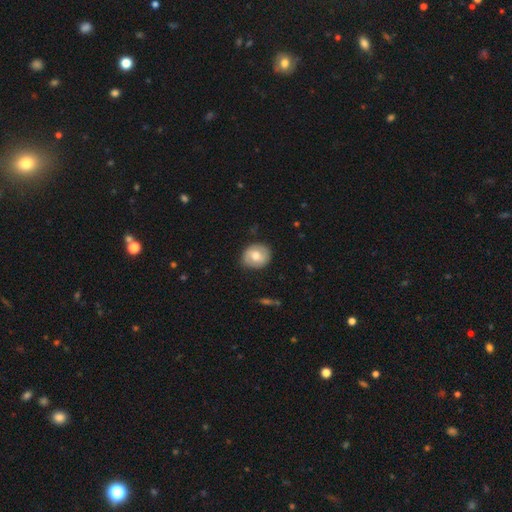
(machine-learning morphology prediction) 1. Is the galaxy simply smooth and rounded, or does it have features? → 62% smooth, 32% featured or disk, 7% star or artifact.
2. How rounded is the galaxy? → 65% round, 34% in between, 1% cigar-shaped.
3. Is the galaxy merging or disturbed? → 82% none, 13% minor disturbance, 3% major disturbance, 1% merger.